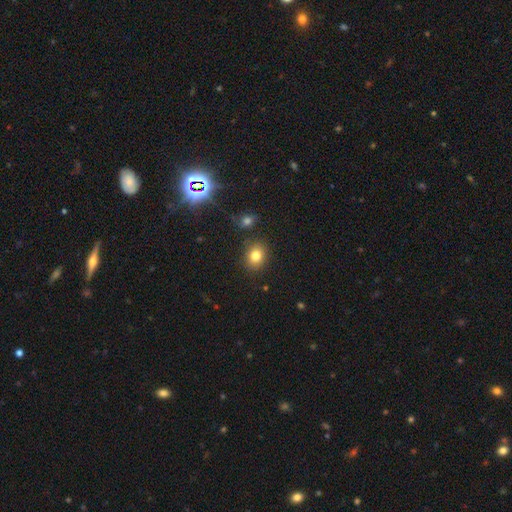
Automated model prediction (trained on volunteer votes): Smooth or featured? Predicted: smooth (p=0.80). How rounded? Predicted: round (p=0.59). Merging? Predicted: none (p=0.84).